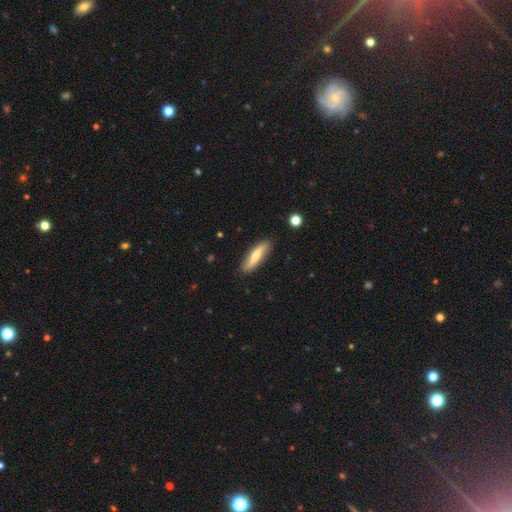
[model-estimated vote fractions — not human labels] This appears to be a smooth galaxy with no disk features (55%) that is cigar-shaped (70%). Merging: none (86%).